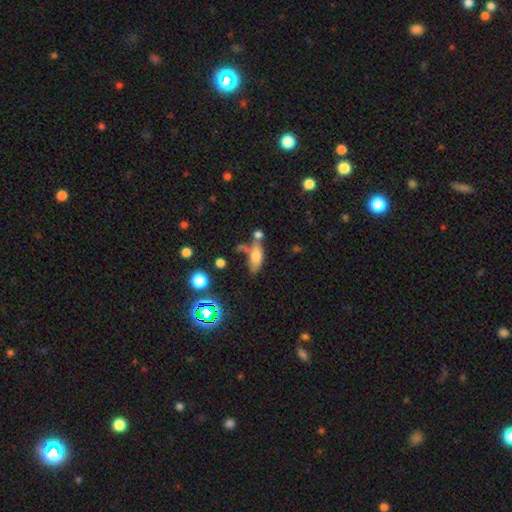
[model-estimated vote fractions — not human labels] A smooth galaxy with no disk features (69%) that is in between round and cigar-shaped (71%). Merging: none (42%).